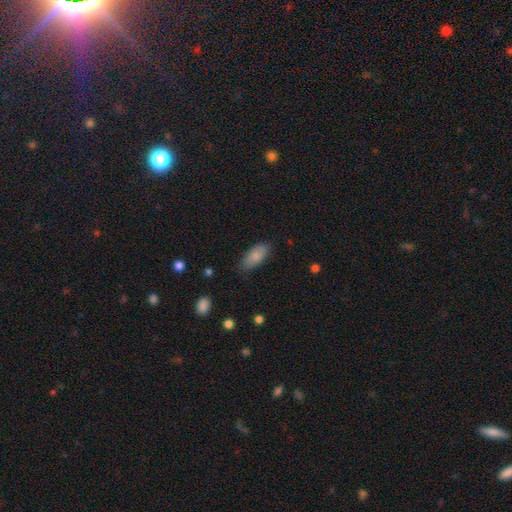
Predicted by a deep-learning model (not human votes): Smooth or featured: smooth — 84% (featured or disk — 10%)
How rounded: in between — 89% (cigar-shaped — 9%)
Merging: none — 77% (minor disturbance — 18%)